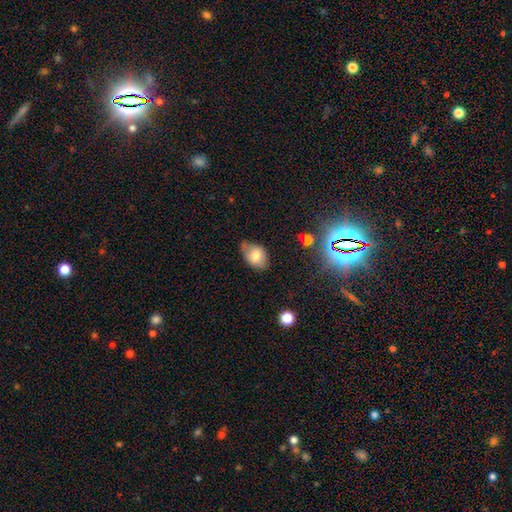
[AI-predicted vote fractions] A smooth galaxy with no disk features (76%) that is in between round and cigar-shaped (80%).

Vote fractions:
- Smooth or featured? smooth: 76% / featured or disk: 14% / star or artifact: 9%
- How rounded? in between: 80% / round: 19% / cigar-shaped: 1%
- Merging? none: 55% / minor disturbance: 34% / major disturbance: 7% / merger: 4%